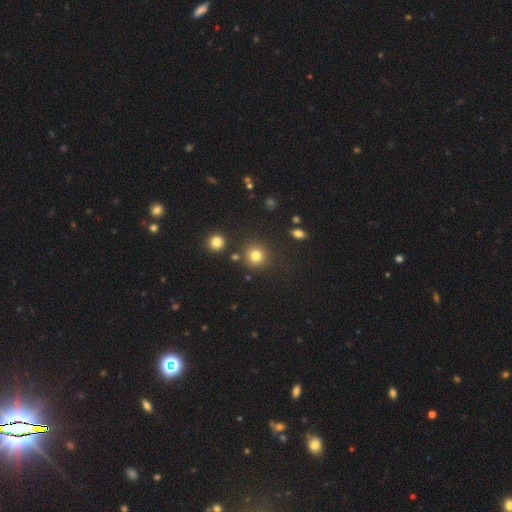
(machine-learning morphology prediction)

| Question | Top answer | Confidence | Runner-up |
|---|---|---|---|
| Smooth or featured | smooth | 80% | star or artifact (14%) |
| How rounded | round | 91% | in between (8%) |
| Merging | none | 83% | minor disturbance (8%) |